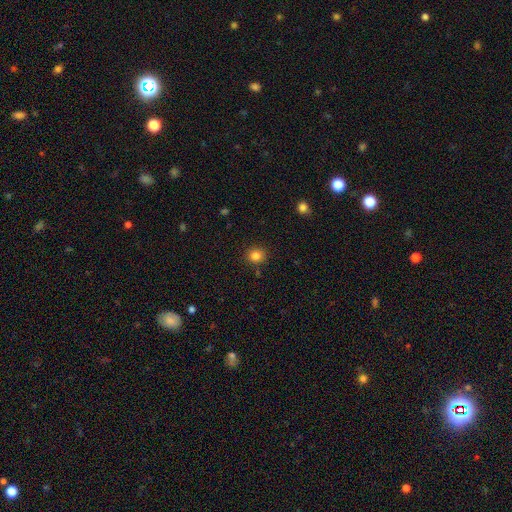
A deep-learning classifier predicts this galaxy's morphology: This is clearly a smooth galaxy (83%). How rounded: clearly round (83%). Merging: clearly none (88%).